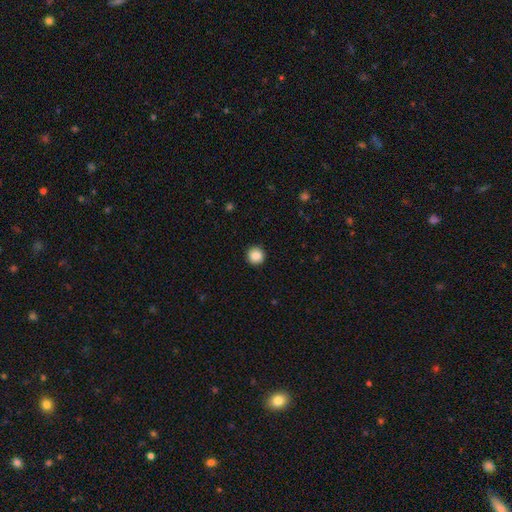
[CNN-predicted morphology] The model was most divided on "smooth or featured": smooth: 88%, star or artifact: 9%, featured or disk: 4%. More confident: how rounded — round (93%); merging — none (91%).